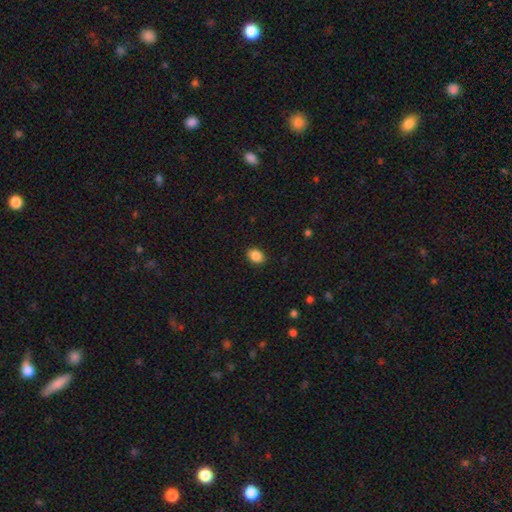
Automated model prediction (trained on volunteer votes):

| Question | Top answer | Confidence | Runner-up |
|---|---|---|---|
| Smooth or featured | smooth | 88% | star or artifact (8%) |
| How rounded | in between | 69% | round (30%) |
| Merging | none | 88% | minor disturbance (8%) |